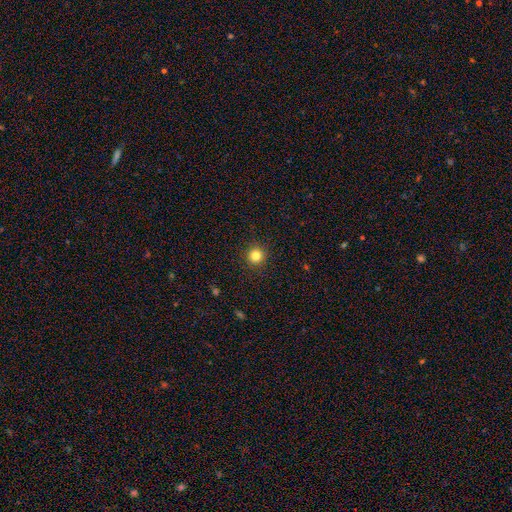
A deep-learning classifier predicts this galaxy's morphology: A smooth galaxy with no disk features (82%) that is round (95%). Merging: none (92%).